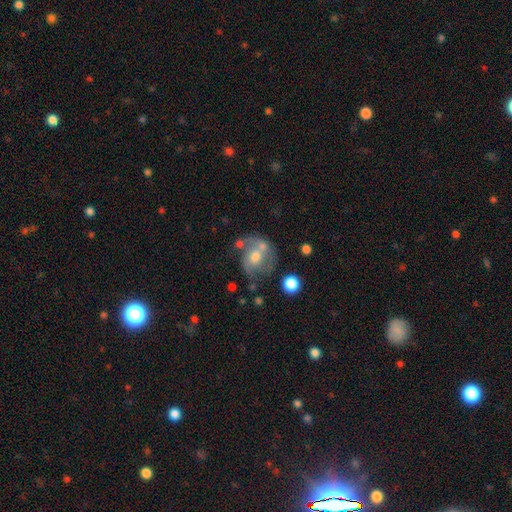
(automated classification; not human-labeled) Smooth or featured? featured or disk (53%)
Edge-on disk? no (97%)
Bar? no (65%)
Spiral arms? yes (61%)
Bulge size? moderate (64%)
Merging? none (42%)